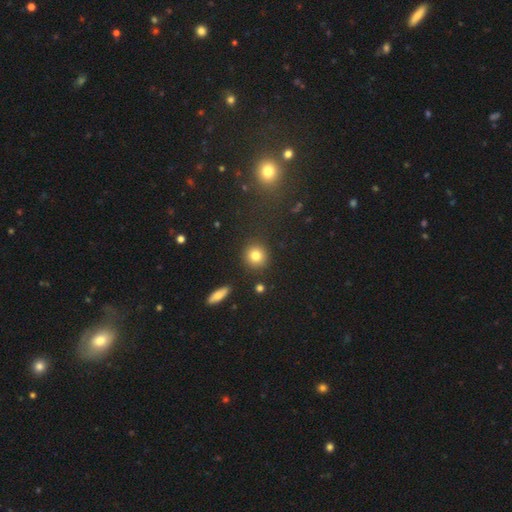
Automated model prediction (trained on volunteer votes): The model was most divided on "smooth or featured": smooth: 81%, star or artifact: 11%, featured or disk: 8%. More confident: how rounded — round (90%); merging — none (88%).